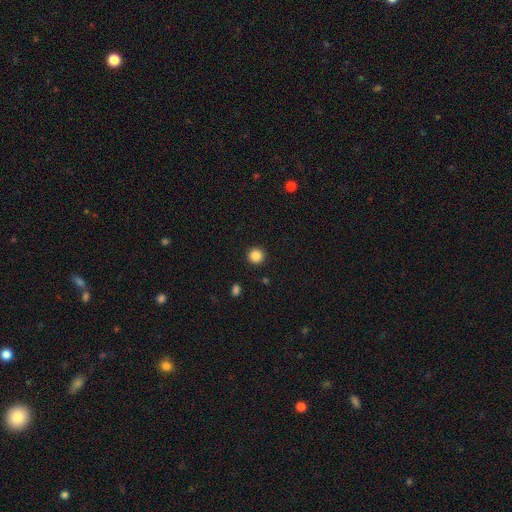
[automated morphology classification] smooth 86%, star or artifact 10%, featured or disk 4%. Down the decision tree: how rounded — round (95%); merging — none (93%).